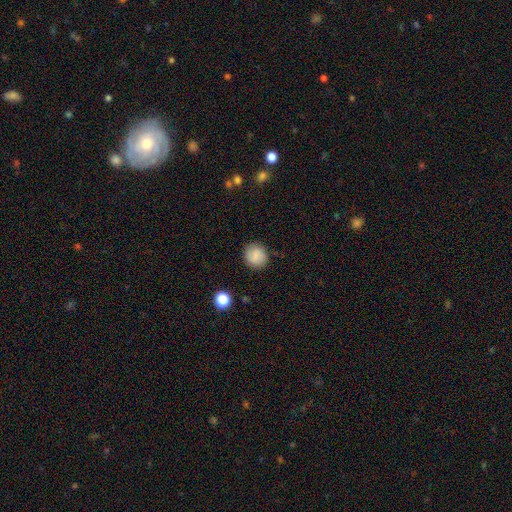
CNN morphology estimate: smooth 83%, star or artifact 9%, featured or disk 9%. Down the decision tree: how rounded — round (87%); merging — none (88%).